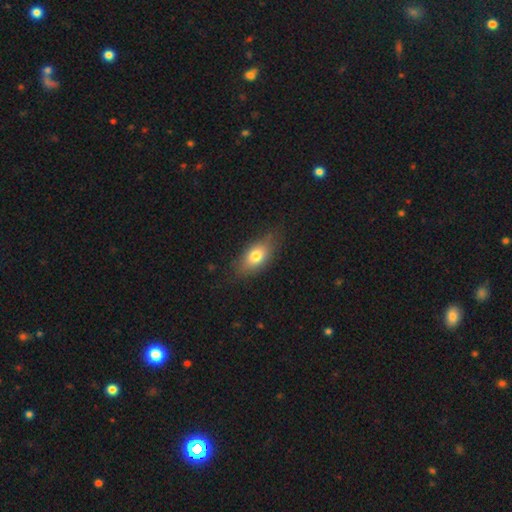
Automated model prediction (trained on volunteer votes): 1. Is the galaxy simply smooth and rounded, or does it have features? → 75% smooth, 17% featured or disk, 8% star or artifact.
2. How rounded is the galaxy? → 84% in between, 8% cigar-shaped, 7% round.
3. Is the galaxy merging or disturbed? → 76% none, 19% minor disturbance, 4% major disturbance, 1% merger.